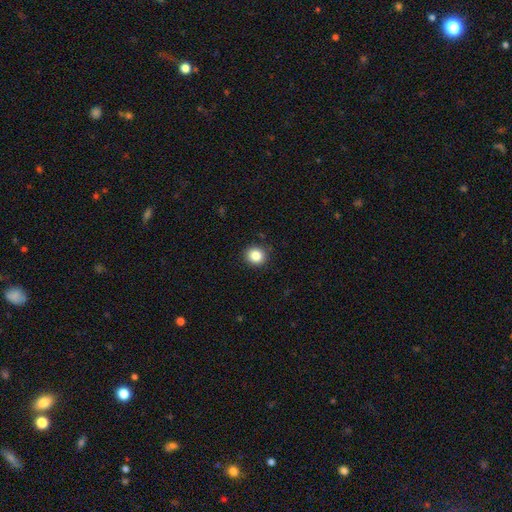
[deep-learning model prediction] Smooth or featured: smooth — 85% (star or artifact — 10%)
How rounded: round — 87% (in between — 12%)
Merging: none — 91% (minor disturbance — 6%)